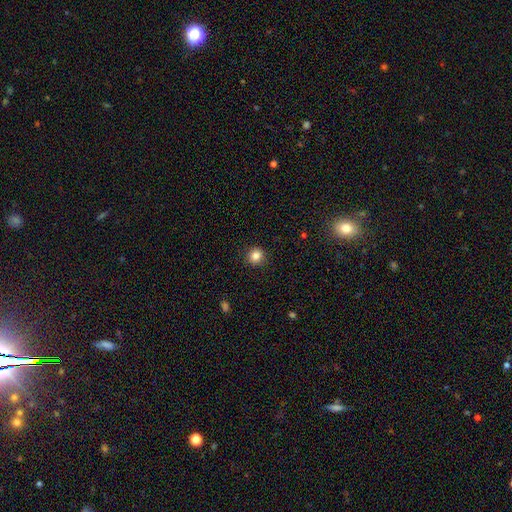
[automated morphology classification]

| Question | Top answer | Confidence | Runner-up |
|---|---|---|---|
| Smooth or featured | smooth | 84% | star or artifact (11%) |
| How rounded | round | 93% | in between (6%) |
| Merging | none | 91% | minor disturbance (6%) |